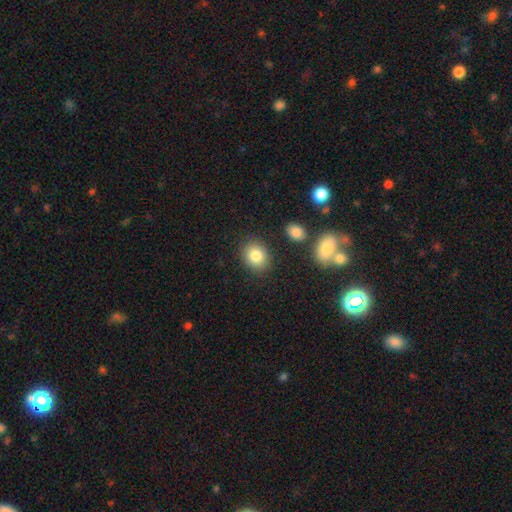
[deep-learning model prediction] This appears to be a smooth galaxy with no disk features (83%) that is round (57%). Merging: none (84%).